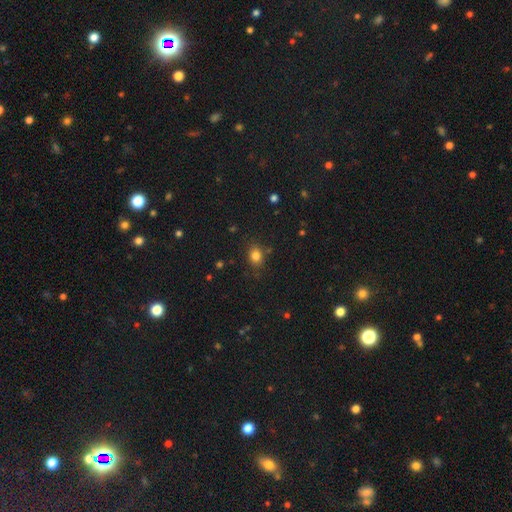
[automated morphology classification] Q: Smooth or featured?
A: smooth (80%); runner-up: star or artifact (14%)
Q: How rounded?
A: in between (56%); runner-up: round (43%)
Q: Merging?
A: none (81%); runner-up: minor disturbance (13%)